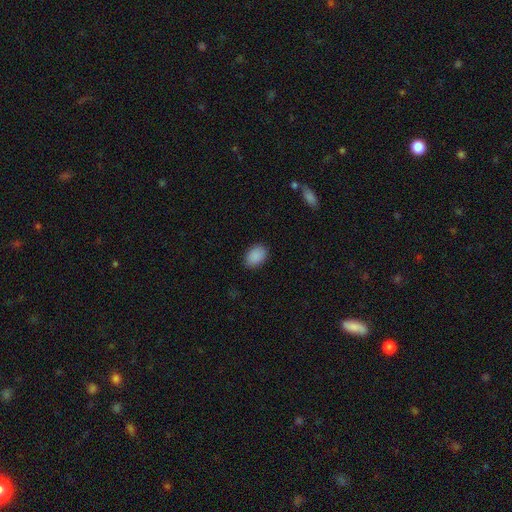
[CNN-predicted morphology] smooth_or_featured: smooth (p=0.90) [alt: star or artifact p=0.08]
how_rounded: in between (p=0.80) [alt: round p=0.19]
merging: none (p=0.87) [alt: minor disturbance p=0.09]